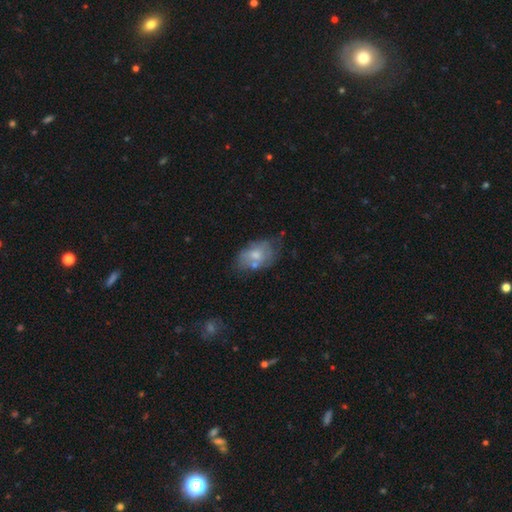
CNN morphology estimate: smooth-or-featured: smooth: 57% | featured or disk: 35% | star or artifact: 8%
  how-rounded: in between: 85% | round: 14% | cigar-shaped: 1%
  merging: none: 41% | minor disturbance: 30% | merger: 15% | major disturbance: 14%